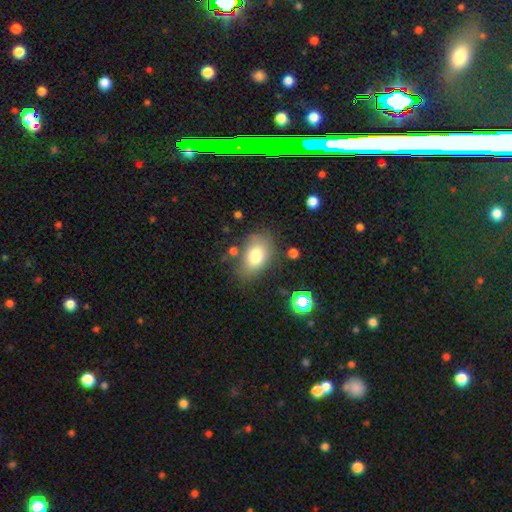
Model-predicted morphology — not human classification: Smooth or featured? smooth (78%)
How rounded? in between (84%)
Merging? none (73%)